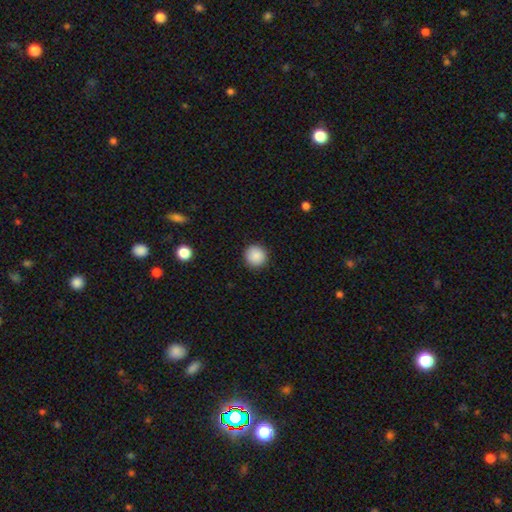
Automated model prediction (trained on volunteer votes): A smooth galaxy with no disk features (89%) that is round (95%). Merging: none (92%).